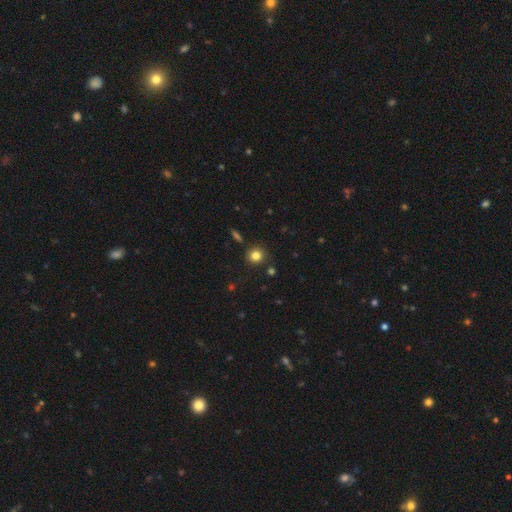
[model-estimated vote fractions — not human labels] smooth-or-featured: smooth: 81% | star or artifact: 13% | featured or disk: 6%
  how-rounded: round: 91% | in between: 8% | cigar-shaped: 1%
  merging: none: 88% | minor disturbance: 7% | merger: 3% | major disturbance: 2%